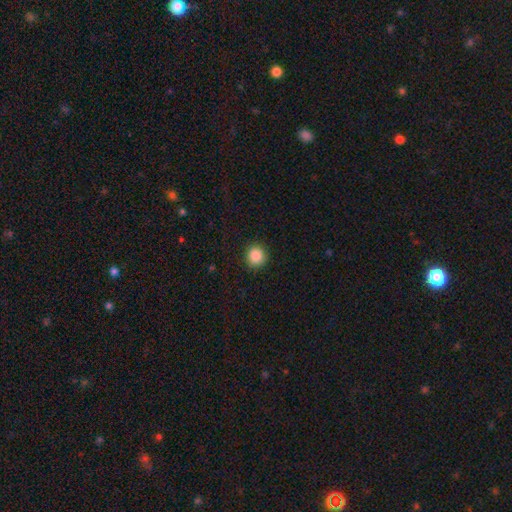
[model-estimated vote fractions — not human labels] The model was most divided on "how rounded": round: 89%, in between: 10%, cigar-shaped: 1%. More confident: merging — none (90%); smooth or featured — smooth (88%).